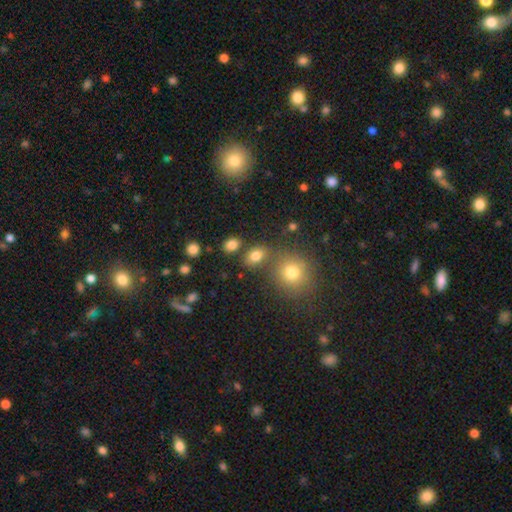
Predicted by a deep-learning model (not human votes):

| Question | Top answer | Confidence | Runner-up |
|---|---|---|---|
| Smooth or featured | smooth | 79% | star or artifact (14%) |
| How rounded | in between | 70% | round (28%) |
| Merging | none | 70% | merger (14%) |